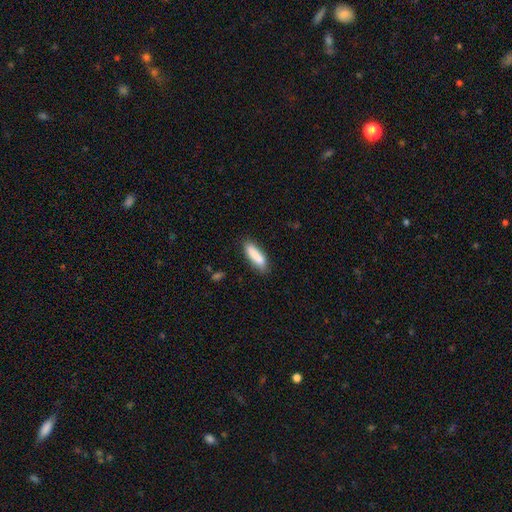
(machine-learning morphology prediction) smooth-or-featured: smooth: 84% | featured or disk: 9% | star or artifact: 6%
  how-rounded: cigar-shaped: 63% | in between: 35% | round: 2%
  merging: none: 80% | minor disturbance: 14% | major disturbance: 3% | merger: 3%